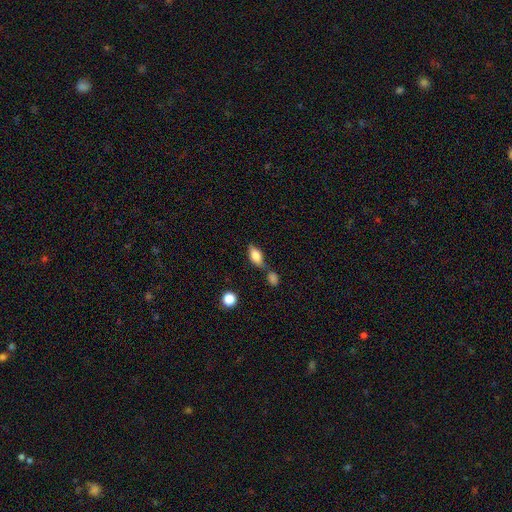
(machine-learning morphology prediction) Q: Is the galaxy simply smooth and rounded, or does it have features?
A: smooth — 74%.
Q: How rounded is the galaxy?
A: in between — 83%.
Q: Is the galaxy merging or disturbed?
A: none — 51%.